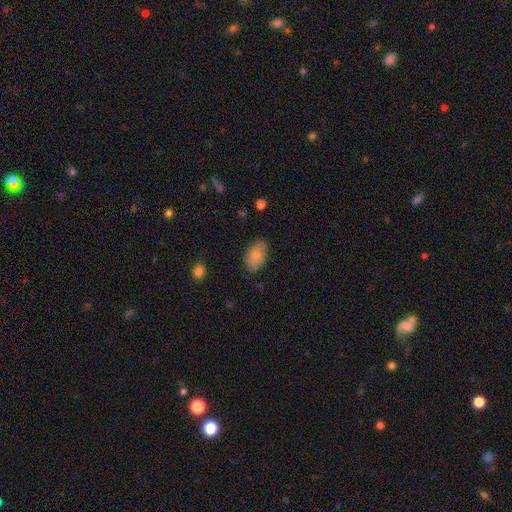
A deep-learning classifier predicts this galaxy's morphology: smooth_or_featured: smooth (p=0.82) [alt: featured or disk p=0.10]
how_rounded: in between (p=0.93) [alt: round p=0.06]
merging: none (p=0.80) [alt: minor disturbance p=0.15]